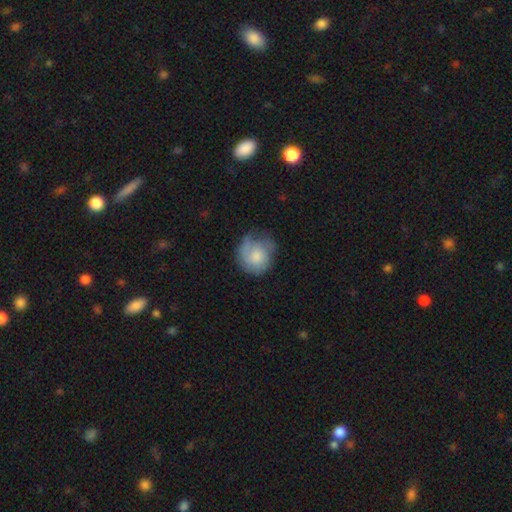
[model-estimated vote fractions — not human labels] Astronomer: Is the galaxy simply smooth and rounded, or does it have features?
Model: smooth — 62%.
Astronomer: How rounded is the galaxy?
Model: round — 79%.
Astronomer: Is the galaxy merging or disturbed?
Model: none — 45% (runner-up: minor disturbance, 32%).